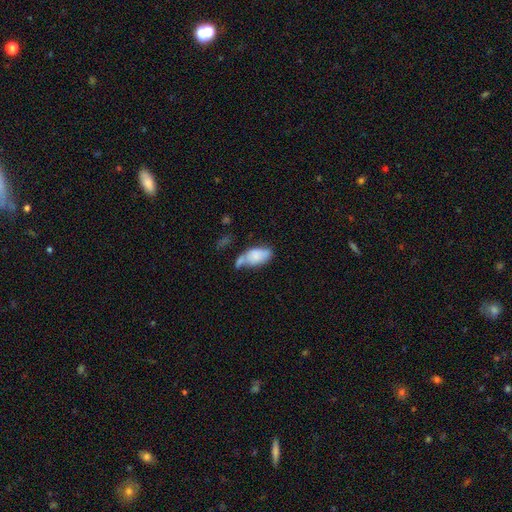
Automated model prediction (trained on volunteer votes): smooth_or_featured: smooth (p=0.74) [alt: featured or disk p=0.19]
how_rounded: in between (p=0.92) [alt: round p=0.04]
merging: merger (p=0.34) [alt: none p=0.29]